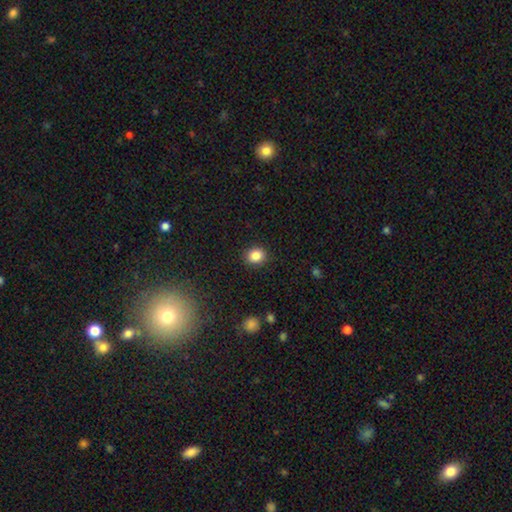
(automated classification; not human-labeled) The model was most divided on "how rounded": round: 67%, in between: 32%, cigar-shaped: 1%. More confident: merging — none (90%); smooth or featured — smooth (85%).